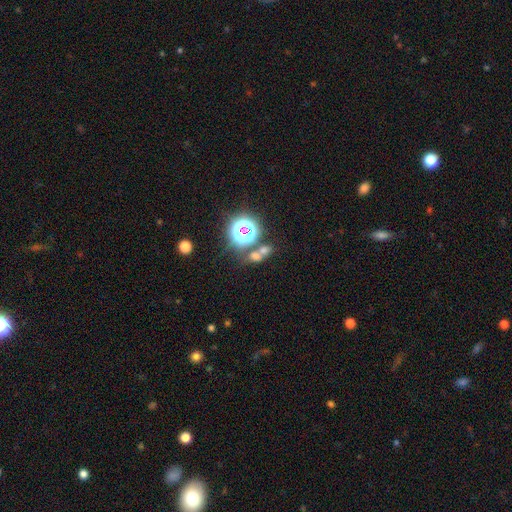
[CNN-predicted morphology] Overall: smooth (51%; star or artifact 38%). How rounded: round (54%; in between 42%). Merging: none (49%; merger 35%).